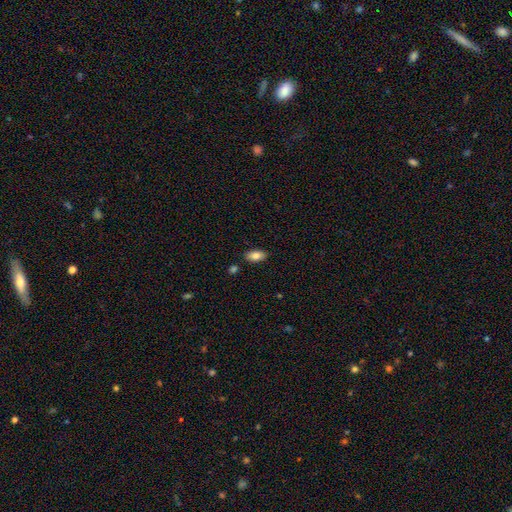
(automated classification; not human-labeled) Smooth or featured?
  - smooth: 81% *
  - featured or disk: 12%
  - star or artifact: 7%
How rounded?
  - in between: 90% *
  - cigar-shaped: 7%
  - round: 3%
Merging?
  - none: 86% *
  - minor disturbance: 10%
  - merger: 3%
  - major disturbance: 2%